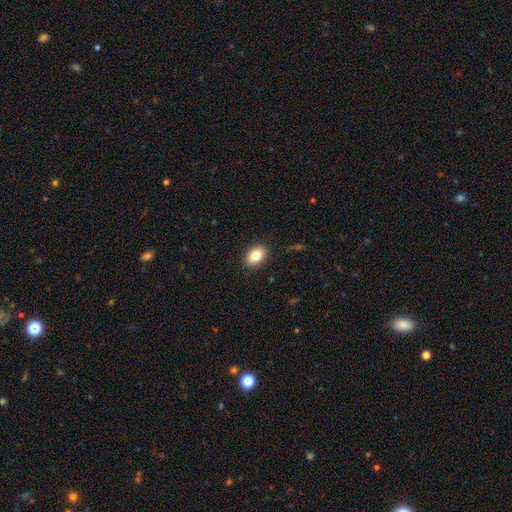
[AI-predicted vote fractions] A smooth galaxy with no disk features (83%) that is in between round and cigar-shaped (83%). Merging: none (88%).